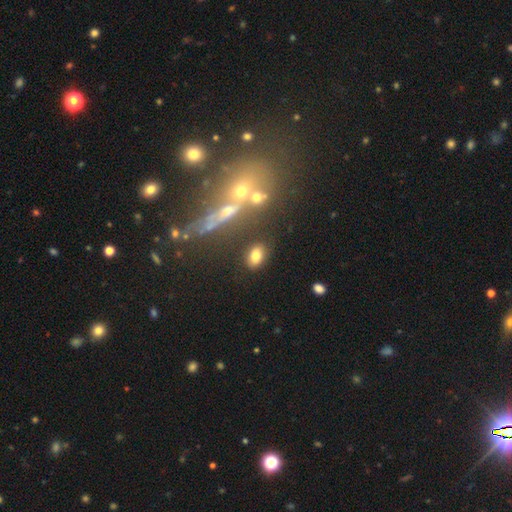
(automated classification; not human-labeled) Smooth or featured? Predicted: smooth (p=0.78). How rounded? Predicted: in between (p=0.80). Merging? Predicted: none (p=0.81).